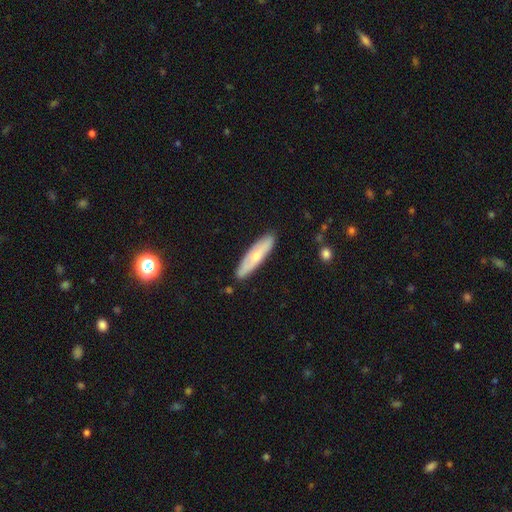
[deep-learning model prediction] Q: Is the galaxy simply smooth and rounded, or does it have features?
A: smooth — 53%.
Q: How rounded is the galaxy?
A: cigar-shaped — 70%.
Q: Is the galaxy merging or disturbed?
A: none — 86%.